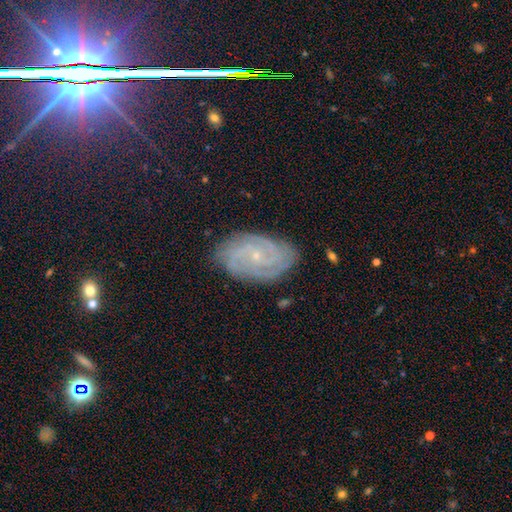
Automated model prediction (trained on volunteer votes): This is clearly a featured or disk galaxy (81%). It is clearly not viewed edge-on (97%). Bar: likely no (67%). Spiral arm pattern: clearly yes (97%). Spiral arm count: marginally can't tell (24%). Spiral winding: likely tight (70%). Central bulge: clearly small (85%). Merging: clearly none (81%).